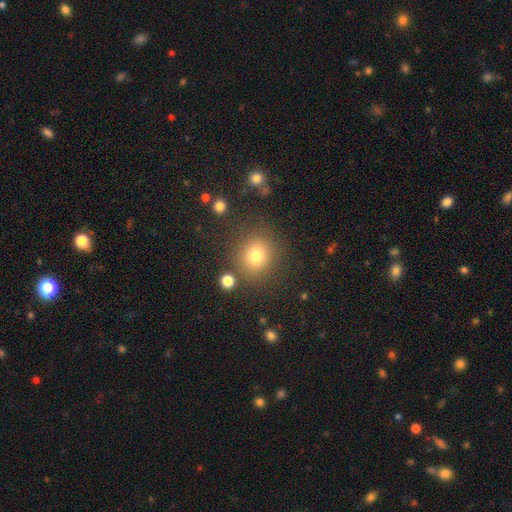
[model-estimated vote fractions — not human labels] smooth_or_featured: smooth (p=0.76) [alt: star or artifact p=0.15]
how_rounded: round (p=0.85) [alt: in between p=0.14]
merging: none (p=0.82) [alt: minor disturbance p=0.09]